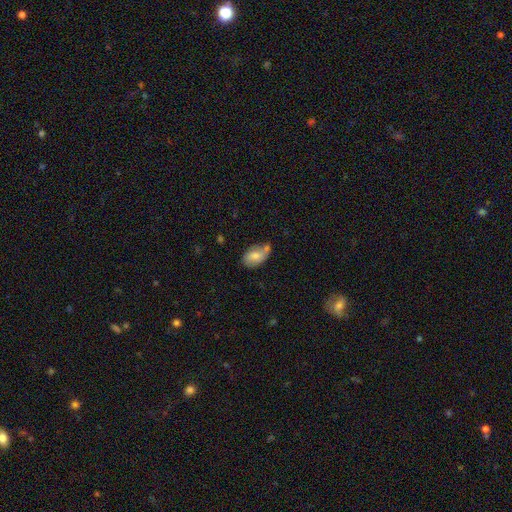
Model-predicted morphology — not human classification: A smooth galaxy with no disk features (69%) that is in between round and cigar-shaped (90%). Merging: none (50%).